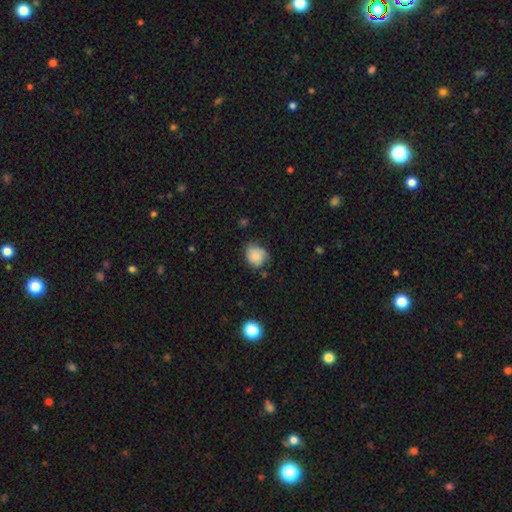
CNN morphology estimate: Overall: smooth (75%). How rounded: round (72%). Merging: none (56%; minor disturbance 34%).